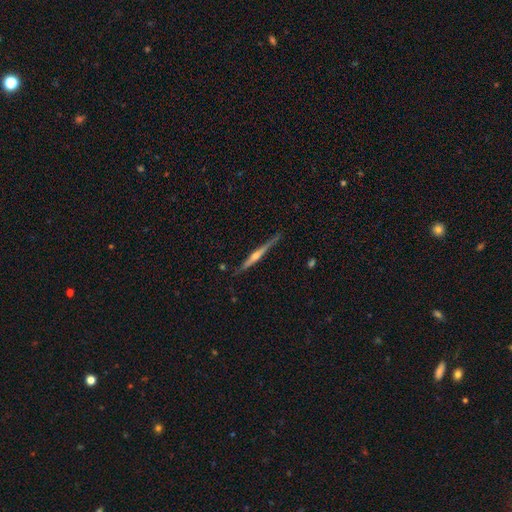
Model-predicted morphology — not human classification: smooth-or-featured: featured or disk: 76% | smooth: 18% | star or artifact: 6%
  disk-edge-on: yes: 98% | no: 2%
    edge-on-bulge: rounded: 82% | none: 11% | boxy: 7%
  merging: none: 85% | minor disturbance: 12% | major disturbance: 2% | merger: 2%